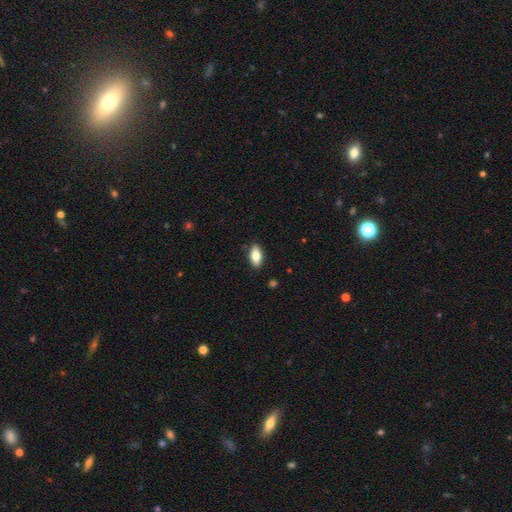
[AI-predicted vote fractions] Overall: smooth (78%). How rounded: in between (88%). Merging: none (87%).